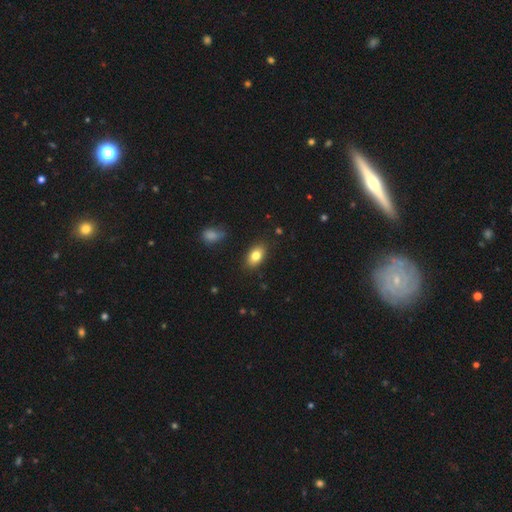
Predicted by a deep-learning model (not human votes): smooth_or_featured: smooth (p=0.81) [alt: featured or disk p=0.11]
how_rounded: in between (p=0.89) [alt: round p=0.09]
merging: none (p=0.85) [alt: minor disturbance p=0.11]